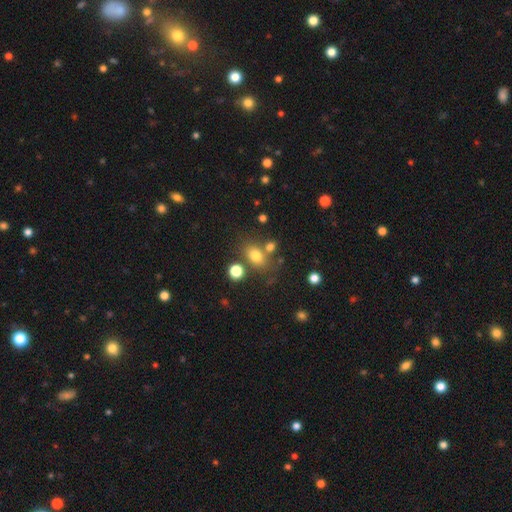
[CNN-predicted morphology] A smooth galaxy with no disk features (76%) that is in between round and cigar-shaped (70%).

Vote fractions:
- Smooth or featured? smooth: 76% / star or artifact: 13% / featured or disk: 11%
- How rounded? in between: 70% / round: 28% / cigar-shaped: 2%
- Merging? none: 64% / merger: 17% / minor disturbance: 14% / major disturbance: 6%